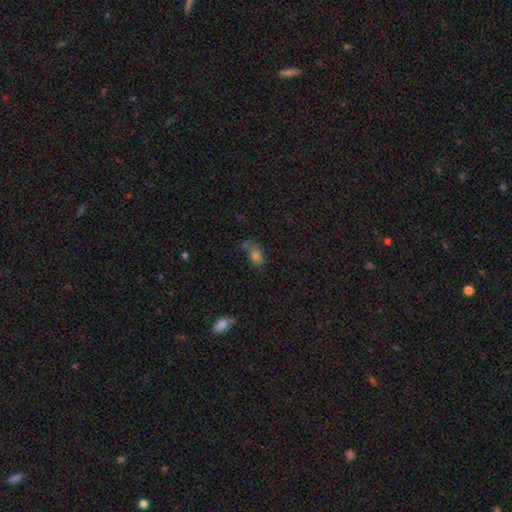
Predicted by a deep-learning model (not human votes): Smooth or featured: smooth — 71% (star or artifact — 18%)
How rounded: in between — 81% (round — 15%)
Merging: none — 42% (minor disturbance — 23%)